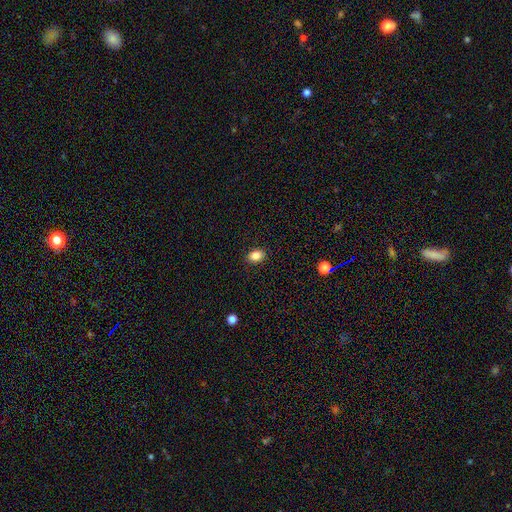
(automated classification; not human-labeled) Morphology: type=smooth (86%); roundness=in between (71%); merging=none (89%).